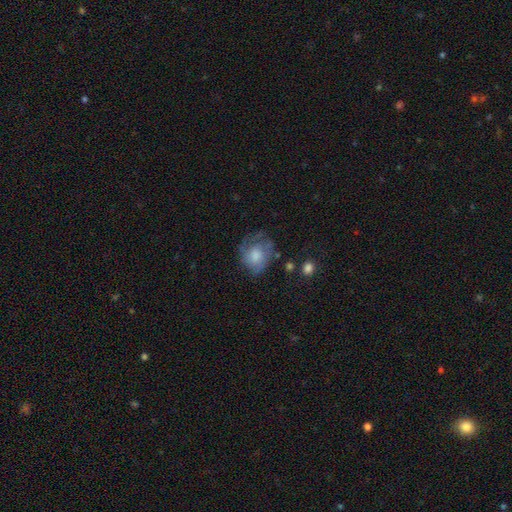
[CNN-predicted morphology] The model was most divided on "smooth or featured": smooth: 50%, featured or disk: 41%, star or artifact: 8%. Remaining: how rounded — round (56%); merging — none (47%).